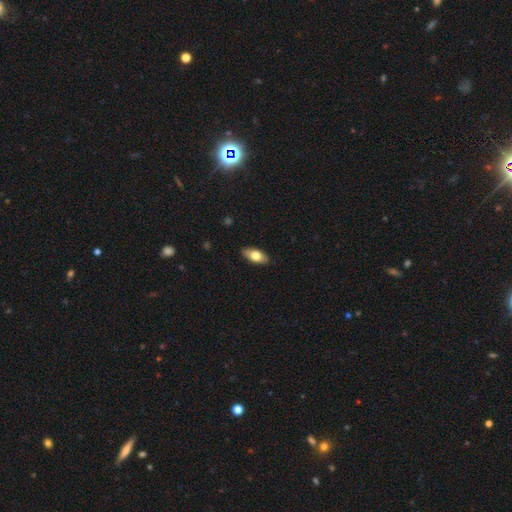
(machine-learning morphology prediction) Smooth or featured: smooth — 73% (featured or disk — 21%)
How rounded: in between — 87% (cigar-shaped — 9%)
Merging: none — 88% (minor disturbance — 9%)